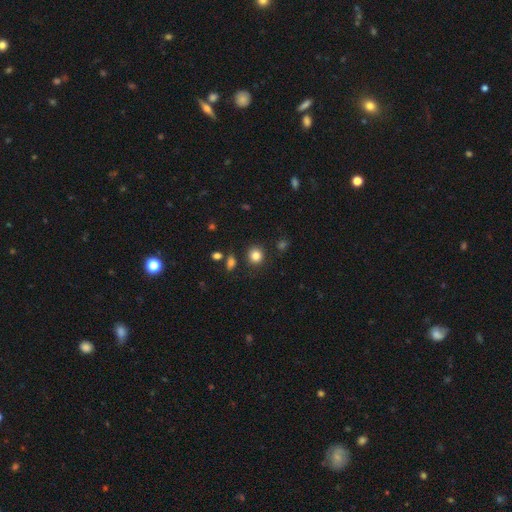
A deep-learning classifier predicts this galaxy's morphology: Overall: smooth (83%). How rounded: round (85%). Merging: none (86%).